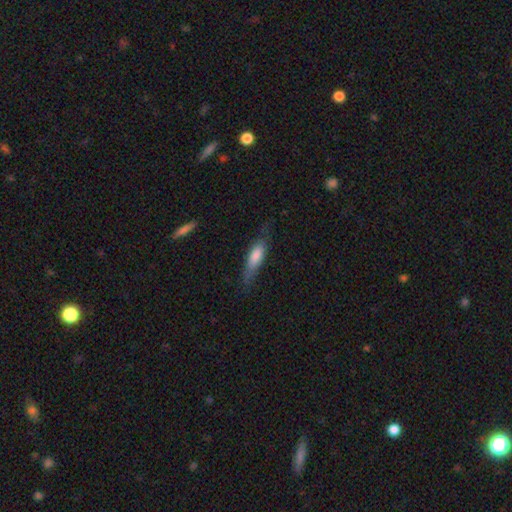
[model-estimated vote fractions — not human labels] smooth 69%, featured or disk 25%, star or artifact 6%. Down the decision tree: how rounded — cigar-shaped (56%); merging — none (65%).